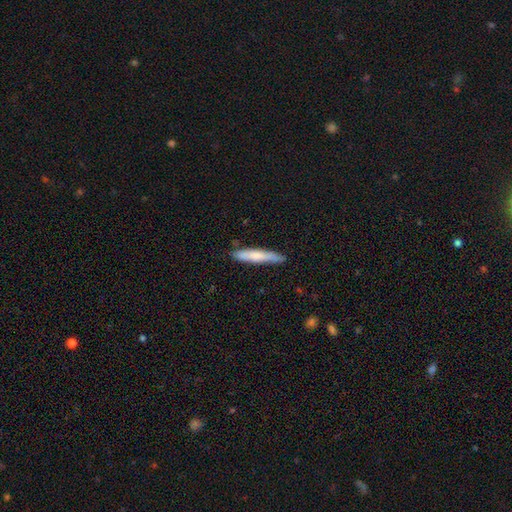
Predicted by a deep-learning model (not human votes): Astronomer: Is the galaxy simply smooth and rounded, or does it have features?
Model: smooth — 70%.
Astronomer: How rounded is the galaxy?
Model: cigar-shaped — 91%.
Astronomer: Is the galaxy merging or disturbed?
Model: none — 80%.